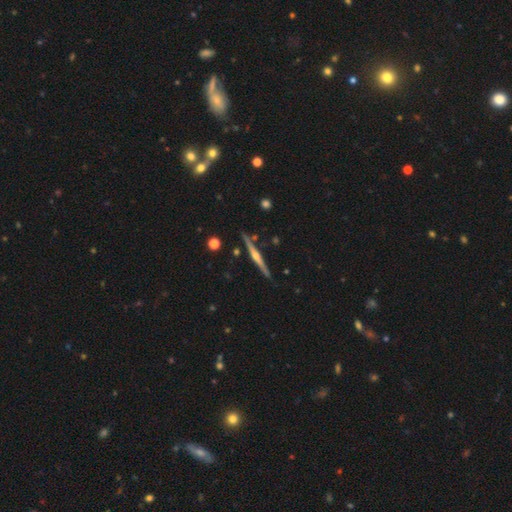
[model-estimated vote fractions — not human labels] Smooth or featured?
  - featured or disk: 79% *
  - smooth: 15%
  - star or artifact: 6%
Edge-on disk?
  - yes: 98% *
  - no: 2%
Edge-on bulge?
  - rounded: 87% *
  - none: 8%
  - boxy: 5%
Merging?
  - none: 88% *
  - minor disturbance: 8%
  - merger: 3%
  - major disturbance: 2%